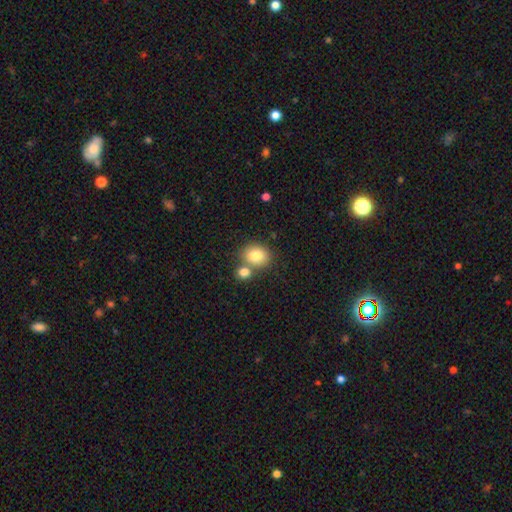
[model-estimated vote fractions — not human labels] A smooth galaxy with no disk features (81%) that is round (62%).

Vote fractions:
- Smooth or featured? smooth: 81% / star or artifact: 10% / featured or disk: 9%
- How rounded? round: 62% / in between: 37% / cigar-shaped: 1%
- Merging? none: 57% / merger: 30% / minor disturbance: 10% / major disturbance: 3%